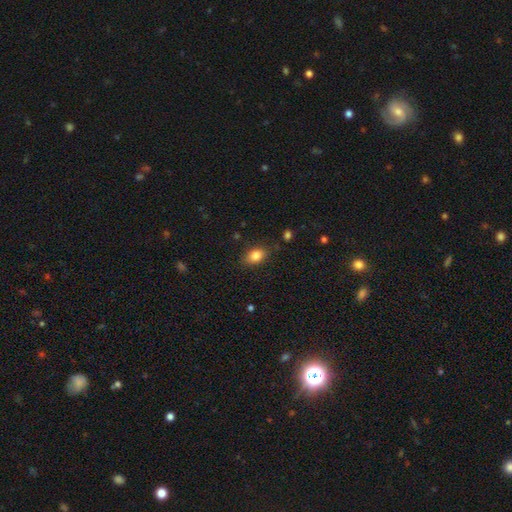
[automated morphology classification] Smooth or featured? smooth (83%)
How rounded? in between (83%)
Merging? none (83%)